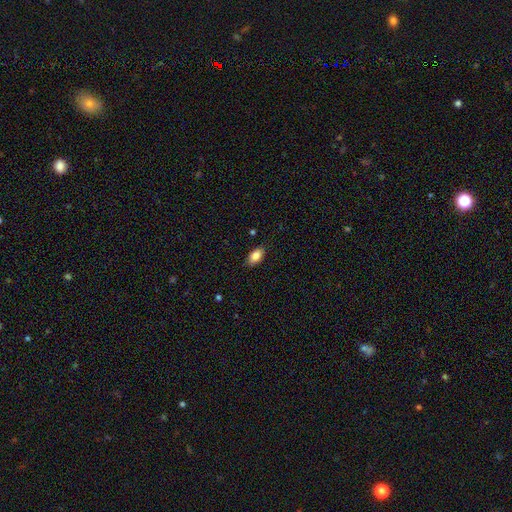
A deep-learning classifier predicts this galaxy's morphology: This is clearly a smooth galaxy (86%). How rounded: clearly in between (92%). Merging: clearly none (84%).